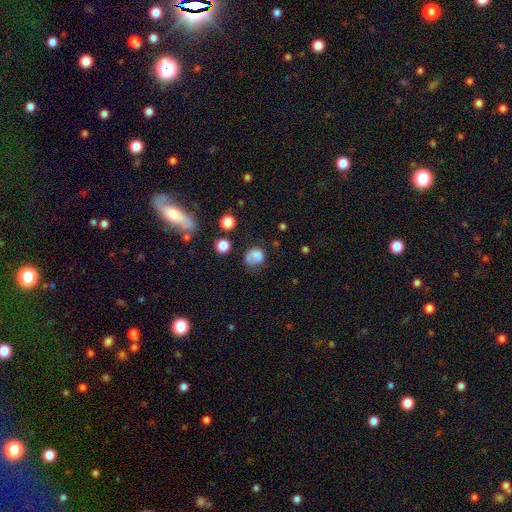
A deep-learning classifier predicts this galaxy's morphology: smooth-or-featured: smooth: 71% | featured or disk: 16% | star or artifact: 13%
  how-rounded: round: 61% | in between: 38% | cigar-shaped: 1%
  merging: none: 44% | minor disturbance: 27% | major disturbance: 22% | merger: 7%